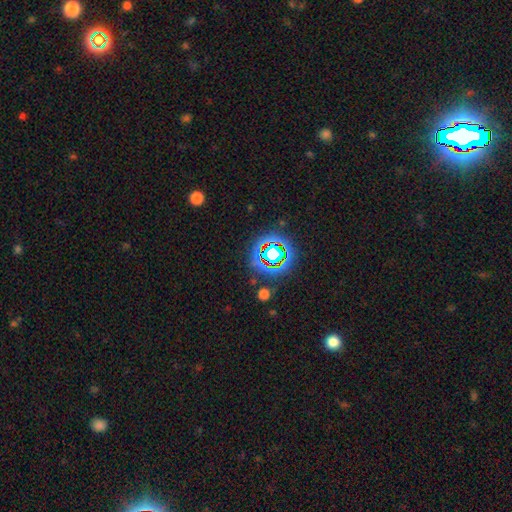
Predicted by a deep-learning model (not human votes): Smooth or featured? Predicted: star or artifact (p=0.78).